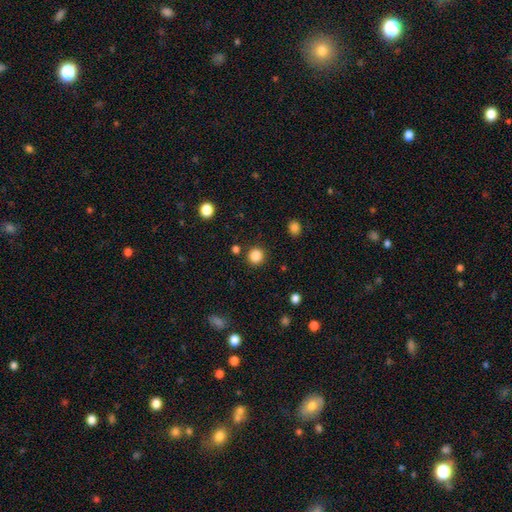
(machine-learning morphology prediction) This appears to be a smooth galaxy with no disk features (86%) that is round (93%). Merging: none (89%).